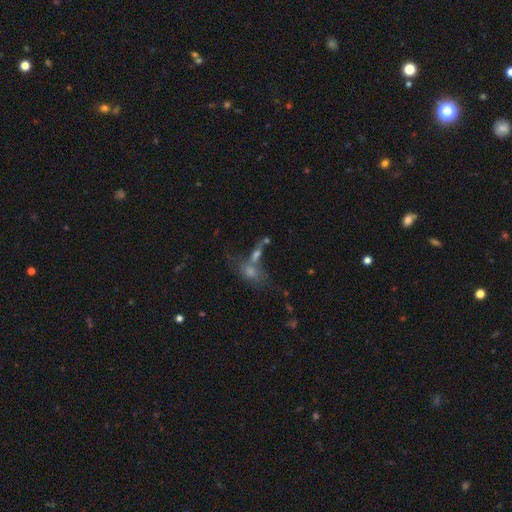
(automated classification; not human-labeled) Smooth or featured? smooth (49%)
Merging? merger (45%)